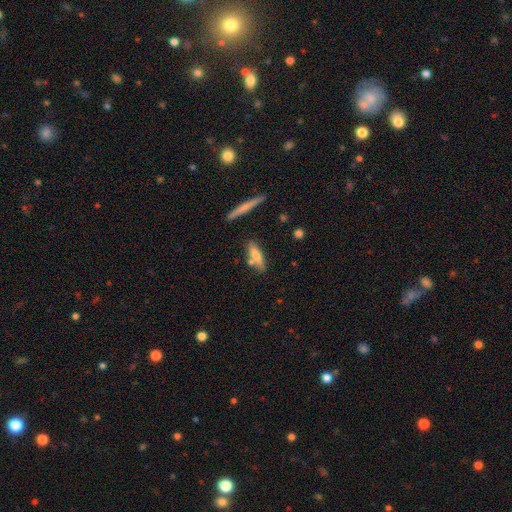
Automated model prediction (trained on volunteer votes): A smooth galaxy with no disk features (71%) that is cigar-shaped (65%). Merging: none (67%).